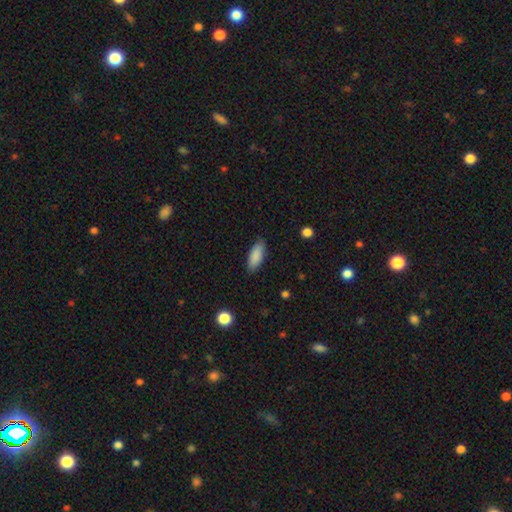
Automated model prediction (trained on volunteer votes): A smooth galaxy with no disk features (88%) that is in between round and cigar-shaped (76%).

Vote fractions:
- Smooth or featured? smooth: 88% / star or artifact: 6% / featured or disk: 6%
- How rounded? in between: 76% / cigar-shaped: 22% / round: 2%
- Merging? none: 86% / minor disturbance: 11% / major disturbance: 2% / merger: 1%